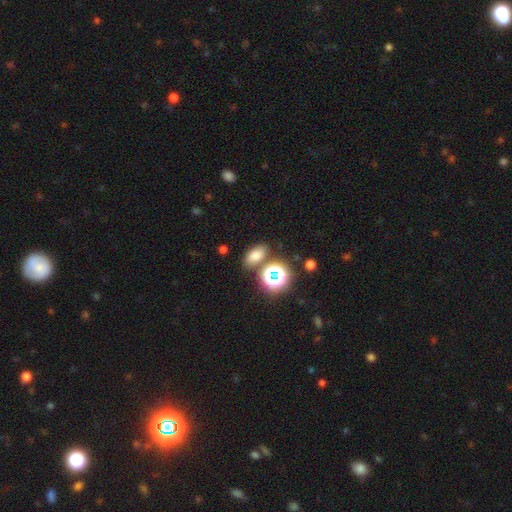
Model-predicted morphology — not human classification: Smooth or featured? Predicted: smooth (p=0.71). How rounded? Predicted: in between (p=0.79). Merging? Predicted: none (p=0.77).